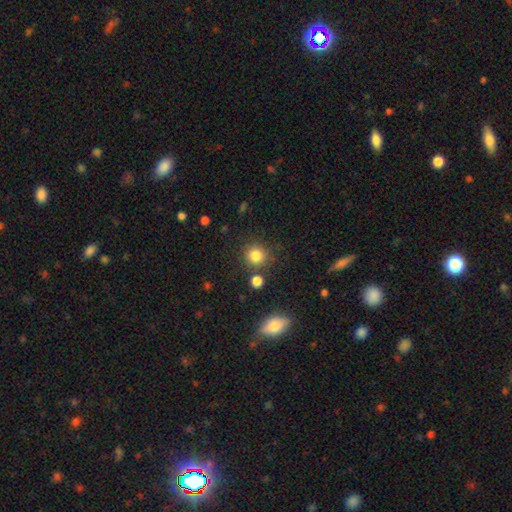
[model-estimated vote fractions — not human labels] smooth-or-featured: smooth: 82% | star or artifact: 12% | featured or disk: 6%
  how-rounded: round: 89% | in between: 10% | cigar-shaped: 1%
  merging: none: 80% | minor disturbance: 9% | merger: 7% | major disturbance: 4%